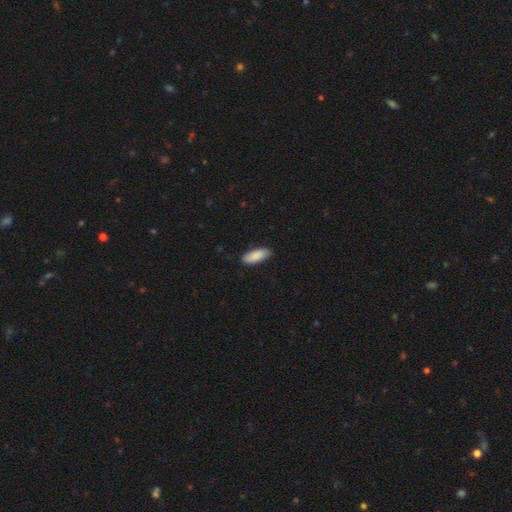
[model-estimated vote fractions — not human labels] A smooth galaxy with no disk features (88%) that is in between round and cigar-shaped (79%).

Vote fractions:
- Smooth or featured? smooth: 88% / featured or disk: 7% / star or artifact: 5%
- How rounded? in between: 79% / cigar-shaped: 19% / round: 2%
- Merging? none: 87% / minor disturbance: 10% / major disturbance: 2% / merger: 1%